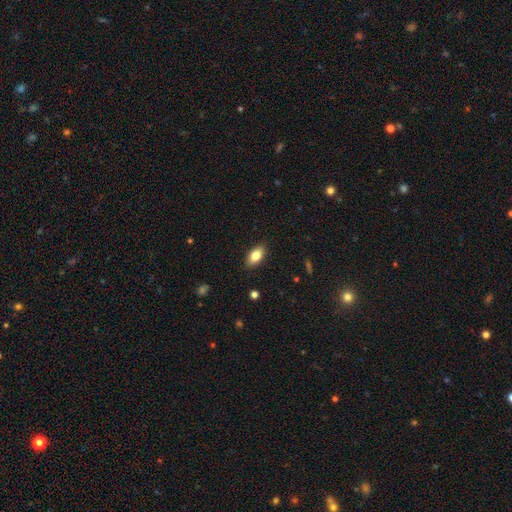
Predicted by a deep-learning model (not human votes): smooth_or_featured: smooth (p=0.80) [alt: featured or disk p=0.12]
how_rounded: in between (p=0.89) [alt: cigar-shaped p=0.07]
merging: none (p=0.88) [alt: minor disturbance p=0.09]